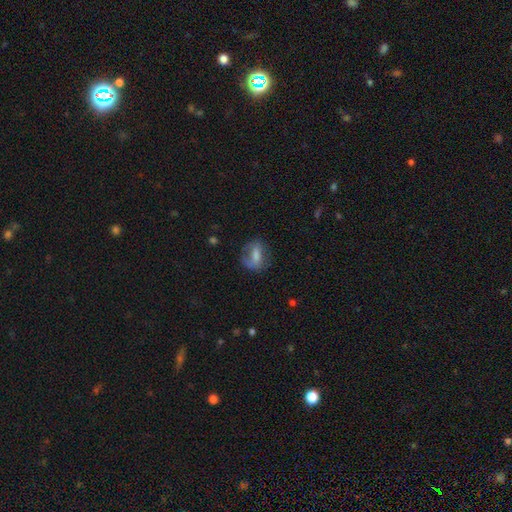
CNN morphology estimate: A smooth galaxy with no disk features (53%) that is in between round and cigar-shaped (64%). Merging: none (53%).